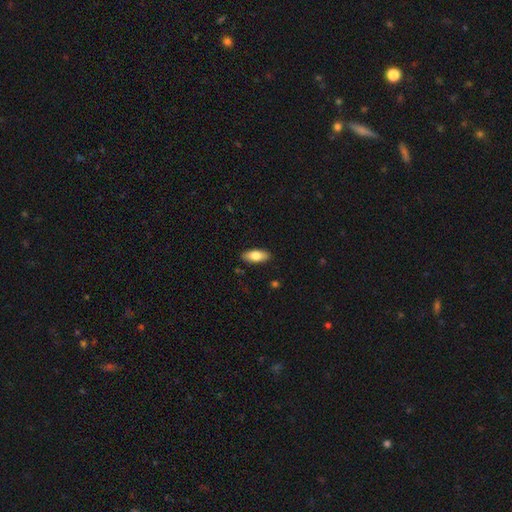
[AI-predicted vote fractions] This is likely a smooth galaxy (75%). How rounded: clearly in between (83%). Merging: clearly none (89%).